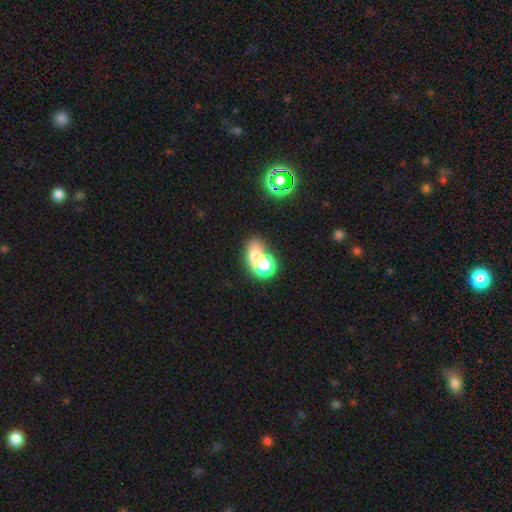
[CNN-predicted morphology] smooth_or_featured: smooth (p=0.62) [alt: featured or disk p=0.22]
how_rounded: in between (p=0.58) [alt: round p=0.40]
merging: merger (p=0.64) [alt: none p=0.21]